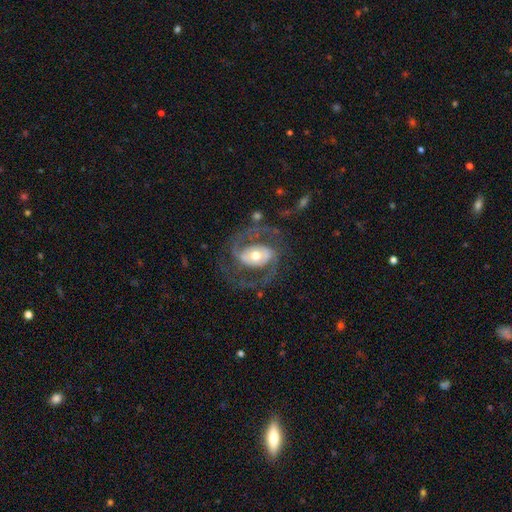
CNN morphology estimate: Smooth or featured: featured or disk — 89% (smooth — 7%)
Edge-on disk: no — 98% (yes — 2%)
Bar: no — 44% (weak — 33%)
Spiral arms: yes — 95% (no — 5%)
Spiral winding: medium — 57% (loose — 22%)
Spiral arm count: 2 — 89% (can't tell — 3%)
Bulge size: moderate — 68% (small — 18%)
Merging: none — 68% (major disturbance — 16%)